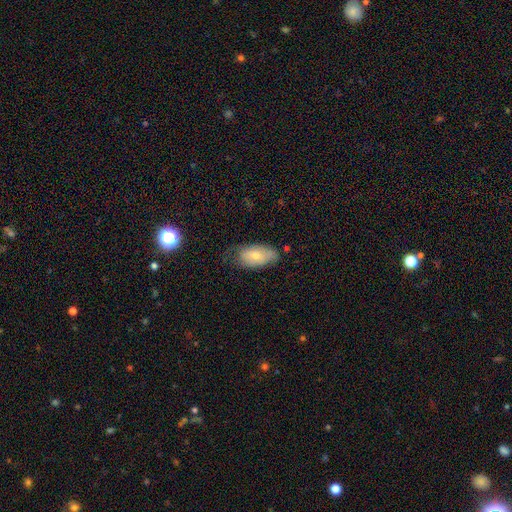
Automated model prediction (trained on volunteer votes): A smooth galaxy with no disk features (68%) that is in between round and cigar-shaped (92%). Merging: none (56%).